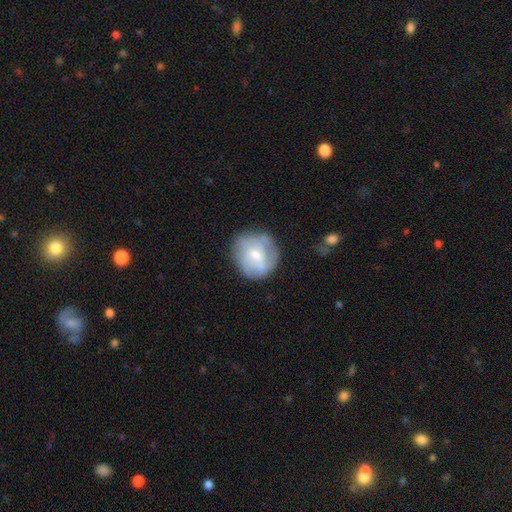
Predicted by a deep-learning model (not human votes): A smooth galaxy with no disk features (52%) that is round (83%).

Vote fractions:
- Smooth or featured? smooth: 52% / featured or disk: 41% / star or artifact: 7%
- How rounded? round: 83% / in between: 16% / cigar-shaped: 1%
- Merging? none: 66% / minor disturbance: 22% / major disturbance: 9% / merger: 2%